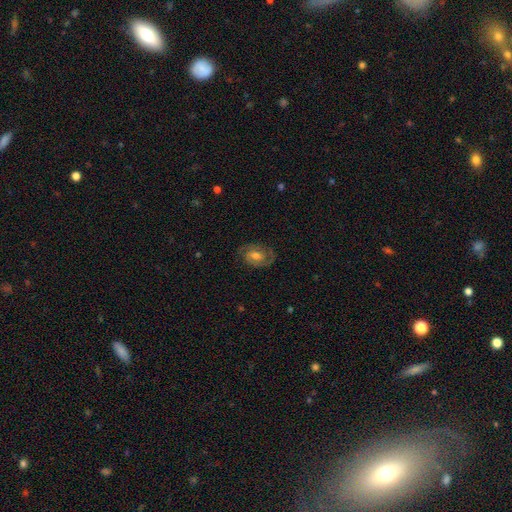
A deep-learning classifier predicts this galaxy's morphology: Smooth or featured: featured or disk — 74% (smooth — 19%)
Edge-on disk: no — 97% (yes — 3%)
Bar: no — 50% (weak — 40%)
Spiral arms: yes — 90% (no — 10%)
Spiral winding: tight — 50% (medium — 40%)
Spiral arm count: 2 — 84% (can't tell — 9%)
Bulge size: moderate — 66% (small — 18%)
Merging: none — 80% (minor disturbance — 14%)